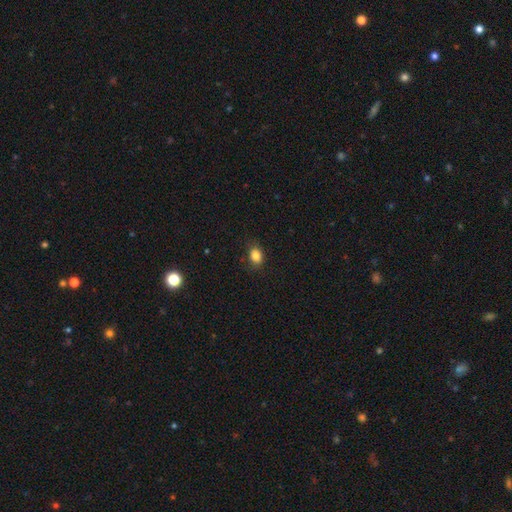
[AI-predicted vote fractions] Smooth or featured? smooth (85%)
How rounded? in between (67%)
Merging? none (82%)